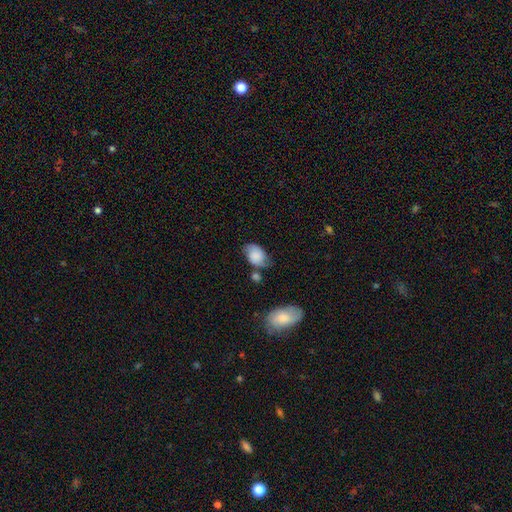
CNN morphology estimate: This appears to be a smooth galaxy with no disk features (70%) that is in between round and cigar-shaped (83%). Merging: none (49%).